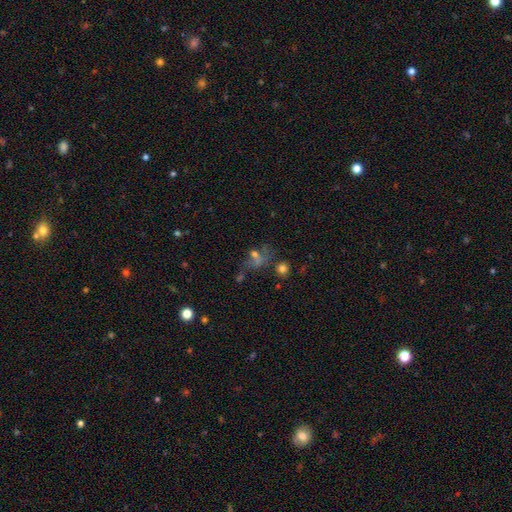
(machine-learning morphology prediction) smooth_or_featured: star or artifact (p=0.38) [alt: smooth p=0.32]